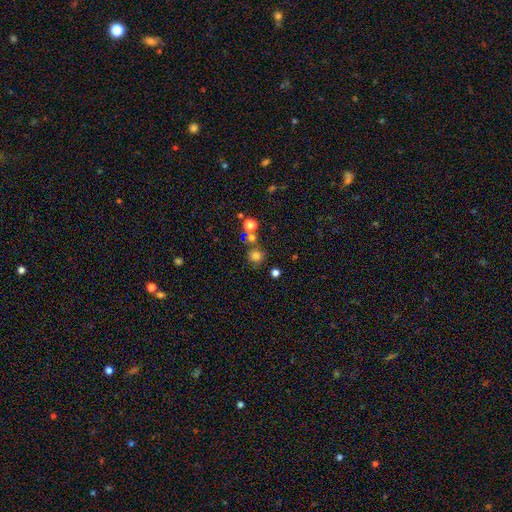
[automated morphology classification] type=smooth (74%); roundness=round (88%); merging=none (72%).